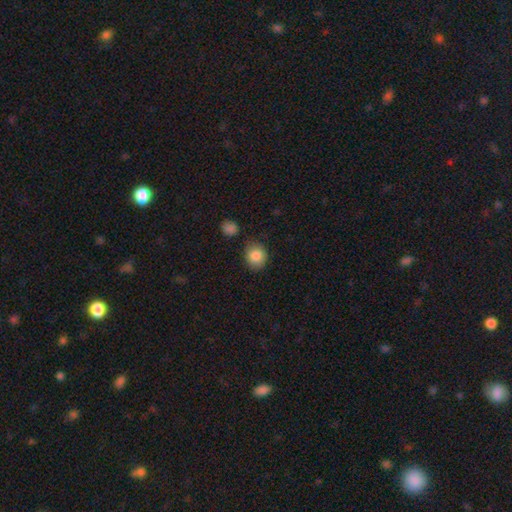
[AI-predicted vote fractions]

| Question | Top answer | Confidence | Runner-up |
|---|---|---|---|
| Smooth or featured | smooth | 87% | star or artifact (8%) |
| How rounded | round | 73% | in between (26%) |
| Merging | none | 79% | minor disturbance (14%) |